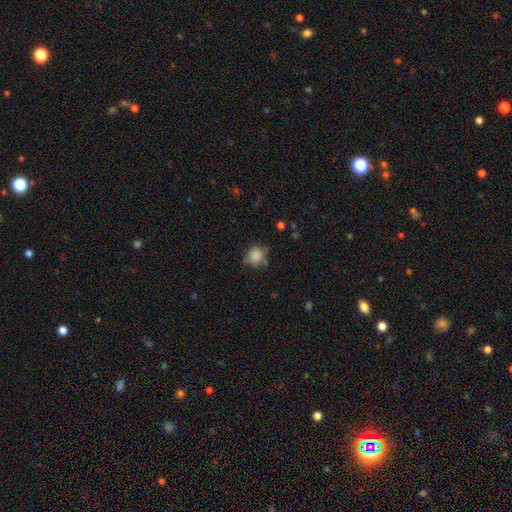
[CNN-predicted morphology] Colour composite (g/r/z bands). It shows a smooth galaxy with no disk features (85%) that is round (80%). Merging: none (68%).